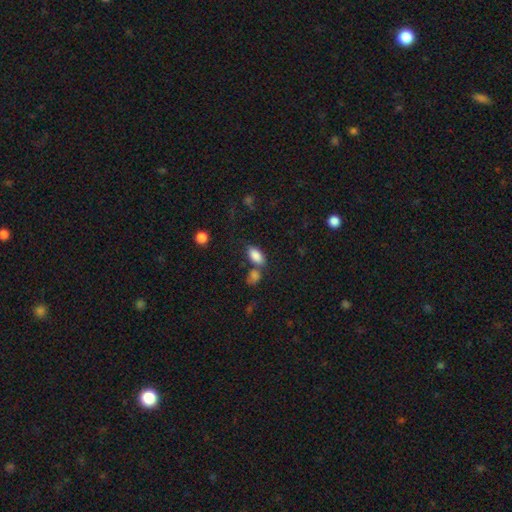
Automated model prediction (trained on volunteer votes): A smooth galaxy with no disk features (86%) that is in between round and cigar-shaped (91%).

Vote fractions:
- Smooth or featured? smooth: 86% / star or artifact: 9% / featured or disk: 6%
- How rounded? in between: 91% / round: 5% / cigar-shaped: 4%
- Merging? none: 59% / merger: 22% / minor disturbance: 14% / major disturbance: 5%